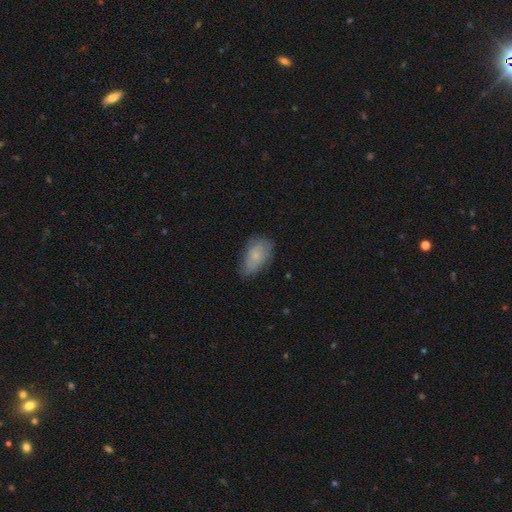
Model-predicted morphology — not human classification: Overall: smooth (67%). How rounded: in between (91%). Merging: none (60%; minor disturbance 31%).